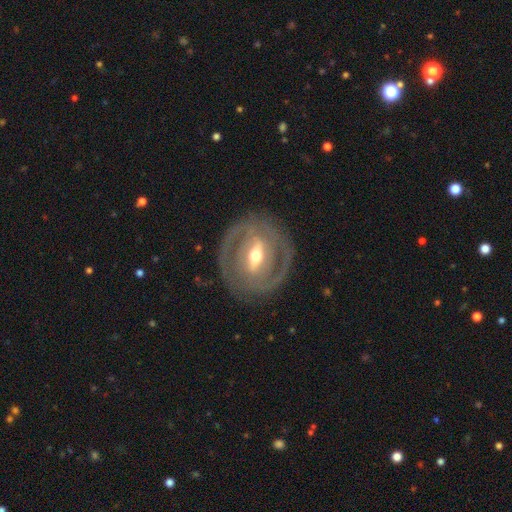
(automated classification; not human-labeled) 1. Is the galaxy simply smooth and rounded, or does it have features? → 84% featured or disk, 12% smooth, 4% star or artifact.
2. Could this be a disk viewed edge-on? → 92% no, 8% yes.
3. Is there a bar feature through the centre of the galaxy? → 64% strong, 26% weak, 10% no.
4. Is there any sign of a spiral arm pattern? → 72% yes, 28% no.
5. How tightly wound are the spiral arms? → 63% tight, 28% medium, 9% loose.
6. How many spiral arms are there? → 71% 2, 15% can't tell, 6% 1, 5% 3, 2% 4, 2% more than 4.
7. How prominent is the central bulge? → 68% moderate, 23% small, 7% large, 1% dominant, 1% none.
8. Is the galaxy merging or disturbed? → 83% none, 10% minor disturbance, 5% major disturbance, 1% merger.